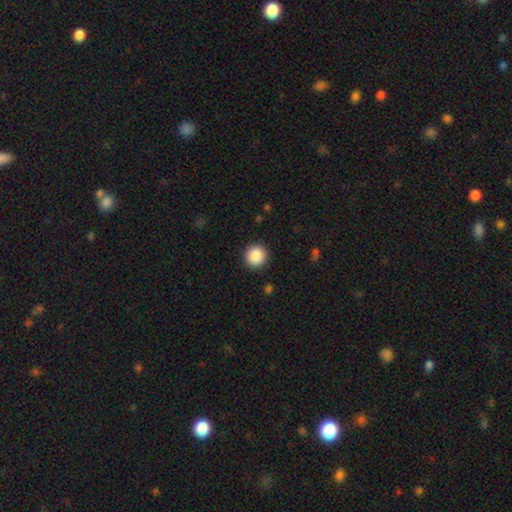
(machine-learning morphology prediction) Smooth or featured? smooth (88%)
How rounded? round (95%)
Merging? none (92%)